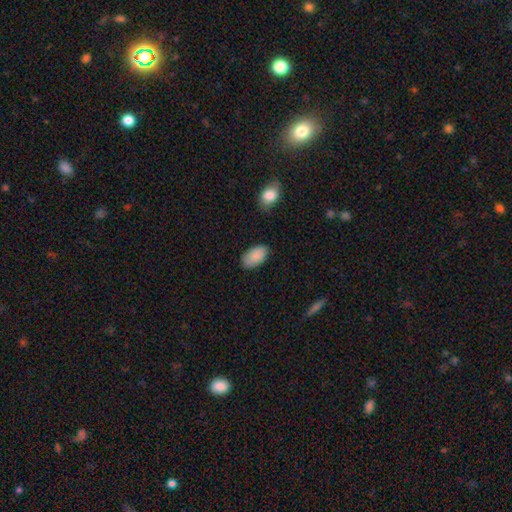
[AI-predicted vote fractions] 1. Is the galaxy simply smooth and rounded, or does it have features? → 88% smooth, 6% star or artifact, 6% featured or disk.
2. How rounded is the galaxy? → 95% in between, 4% round, 2% cigar-shaped.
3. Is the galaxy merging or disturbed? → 81% none, 14% minor disturbance, 3% major disturbance, 2% merger.